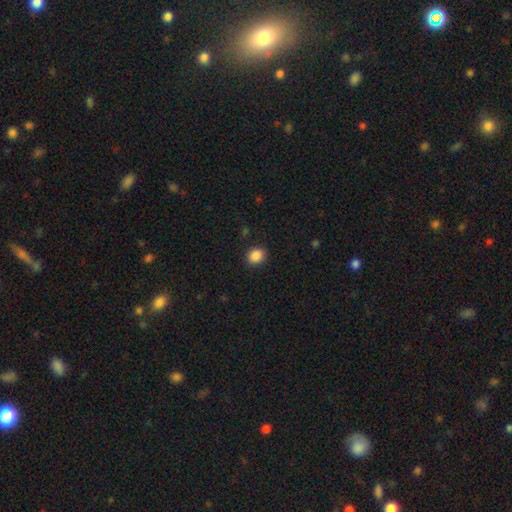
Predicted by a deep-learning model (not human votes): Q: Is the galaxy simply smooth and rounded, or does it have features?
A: smooth — 88%.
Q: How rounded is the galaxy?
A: round — 61%.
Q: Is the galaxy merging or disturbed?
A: none — 89%.